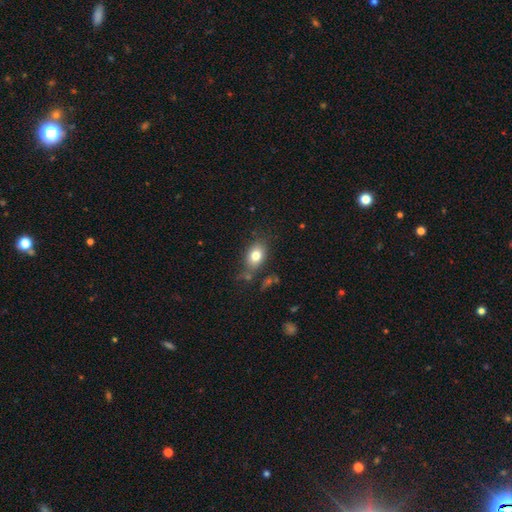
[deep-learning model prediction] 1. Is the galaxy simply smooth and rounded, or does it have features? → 79% smooth, 12% featured or disk, 9% star or artifact.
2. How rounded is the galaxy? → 76% in between, 22% round, 2% cigar-shaped.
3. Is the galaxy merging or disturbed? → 69% none, 18% minor disturbance, 6% merger, 6% major disturbance.